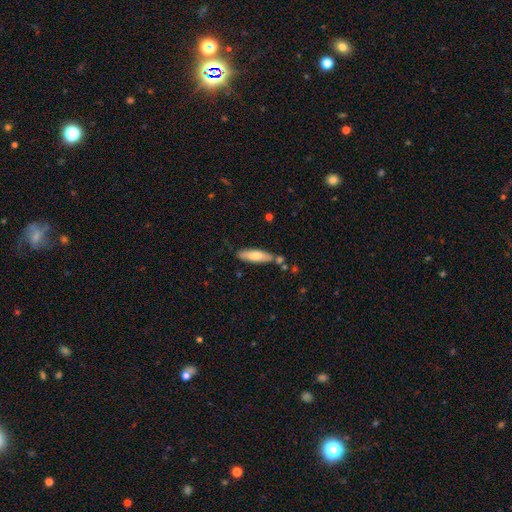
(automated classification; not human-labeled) The model was most divided on "how rounded": cigar-shaped: 63%, in between: 36%, round: 2%. More confident: merging — none (76%); smooth or featured — smooth (70%).